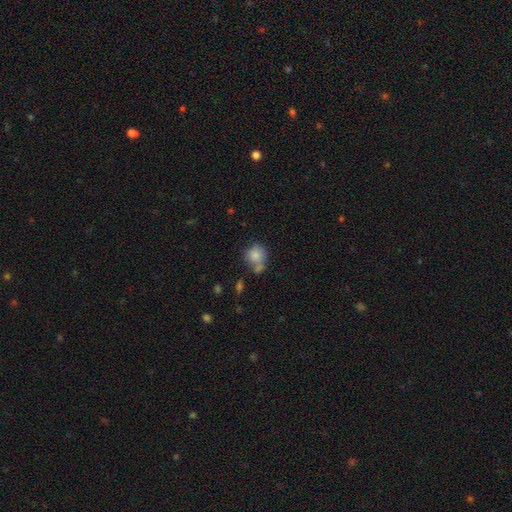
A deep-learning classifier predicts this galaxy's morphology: This appears to be a smooth galaxy with no disk features (82%) that is round (81%). Merging: none (49%).